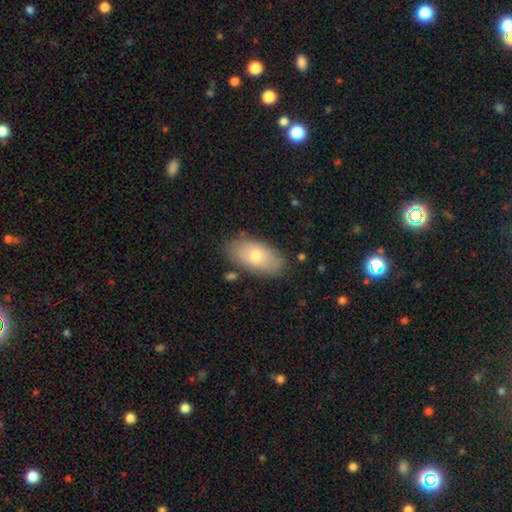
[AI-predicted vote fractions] smooth-or-featured: smooth: 71% | featured or disk: 23% | star or artifact: 7%
  how-rounded: in between: 93% | round: 4% | cigar-shaped: 4%
  merging: none: 79% | minor disturbance: 15% | major disturbance: 3% | merger: 3%